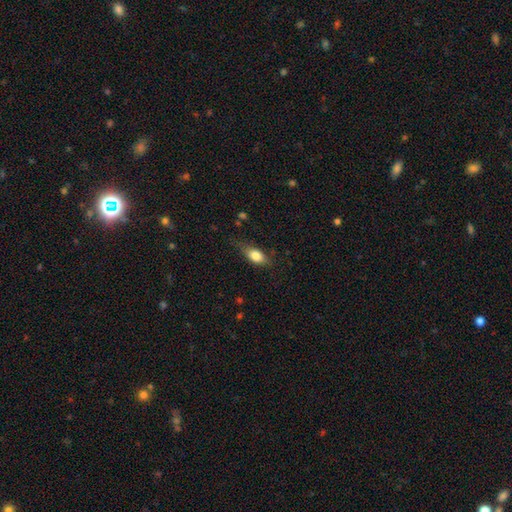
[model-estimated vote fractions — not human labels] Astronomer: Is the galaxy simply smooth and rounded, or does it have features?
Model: smooth — 77%.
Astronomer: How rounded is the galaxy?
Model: in between — 80%.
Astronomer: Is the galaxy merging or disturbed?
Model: none — 64%.